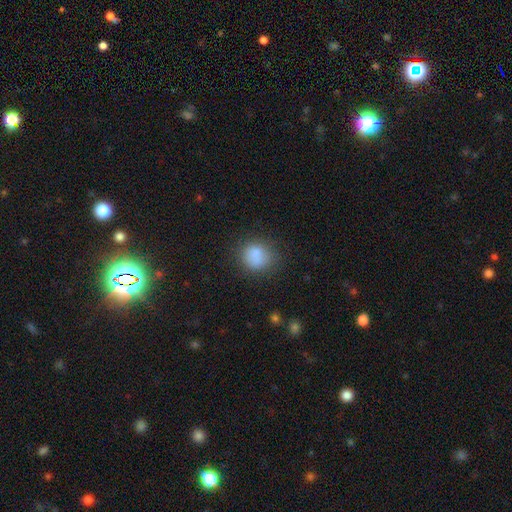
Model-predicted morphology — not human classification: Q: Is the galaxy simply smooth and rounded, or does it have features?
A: smooth — 82%.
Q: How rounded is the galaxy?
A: round — 81%.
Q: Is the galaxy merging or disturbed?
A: none — 67%.